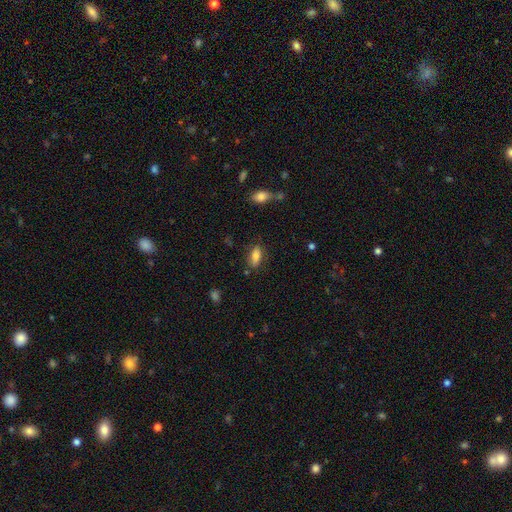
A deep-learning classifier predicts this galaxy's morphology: The model was most divided on "merging": none: 78%, minor disturbance: 15%, major disturbance: 4%, merger: 3%. More confident: how rounded — in between (84%); smooth or featured — smooth (82%).